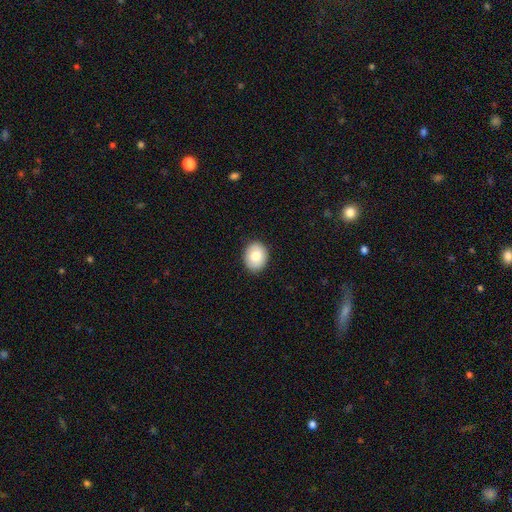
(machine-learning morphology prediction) Smooth or featured: smooth — 79% (featured or disk — 14%)
How rounded: round — 56% (in between — 43%)
Merging: none — 89% (minor disturbance — 8%)